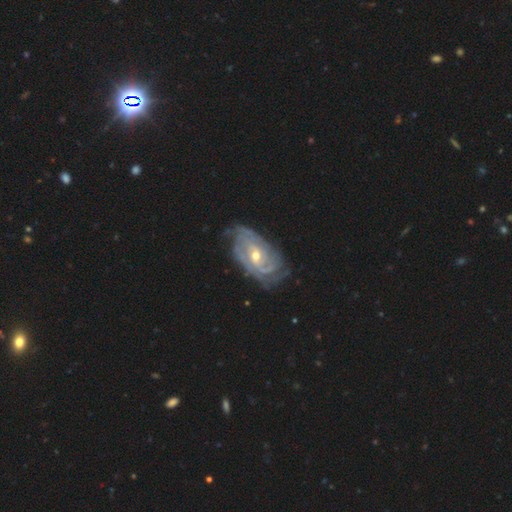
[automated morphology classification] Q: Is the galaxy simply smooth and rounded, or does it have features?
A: featured or disk — 88%.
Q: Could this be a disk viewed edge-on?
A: no — 95%.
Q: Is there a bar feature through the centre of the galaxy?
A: no — 48%.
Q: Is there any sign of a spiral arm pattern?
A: yes — 96%.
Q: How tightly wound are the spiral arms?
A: tight — 74%.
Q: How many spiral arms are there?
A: can't tell — 32%.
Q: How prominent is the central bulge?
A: moderate — 52%.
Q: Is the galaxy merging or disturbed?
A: none — 73%.